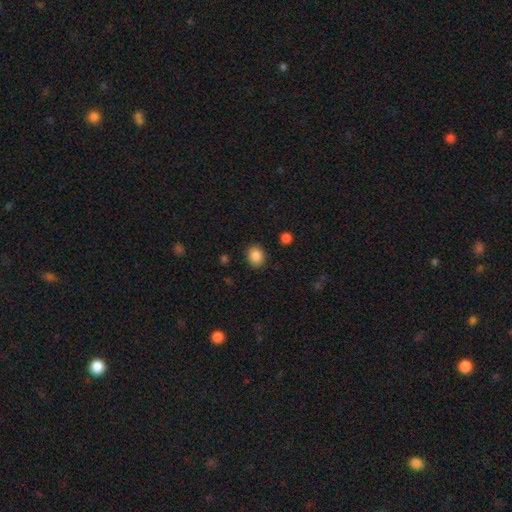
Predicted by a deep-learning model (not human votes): Q: Smooth or featured?
A: smooth (87%); runner-up: star or artifact (9%)
Q: How rounded?
A: round (59%); runner-up: in between (40%)
Q: Merging?
A: none (89%); runner-up: minor disturbance (8%)